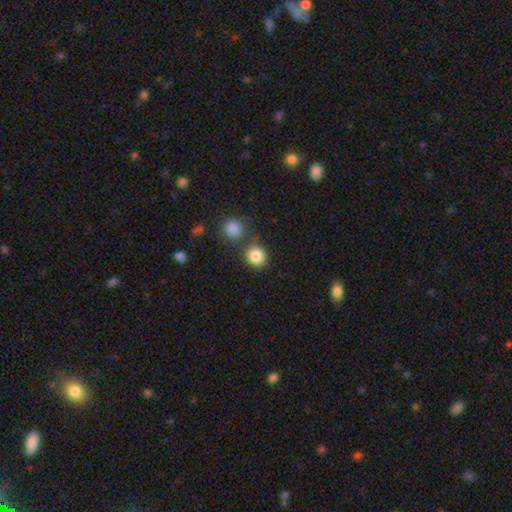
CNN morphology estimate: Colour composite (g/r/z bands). It shows a smooth galaxy with no disk features (85%) that is round (86%). Merging: none (73%).